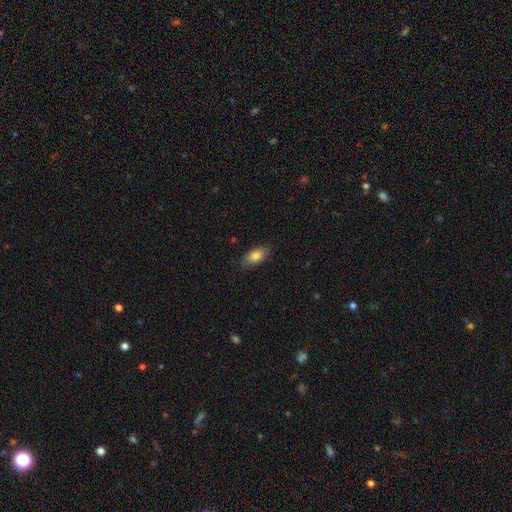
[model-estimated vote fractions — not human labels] smooth 82%, featured or disk 11%, star or artifact 7%. Down the decision tree: how rounded — in between (89%); merging — none (82%).